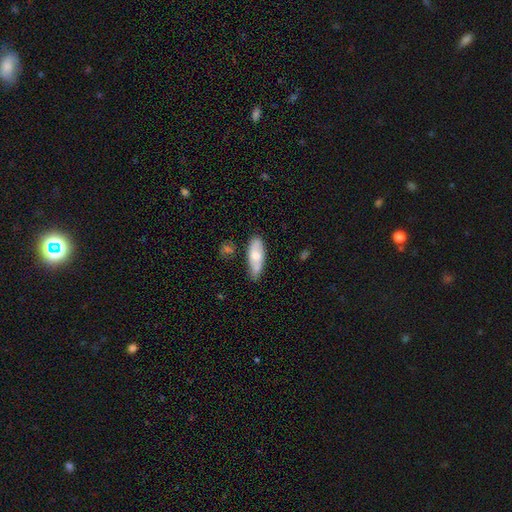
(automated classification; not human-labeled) Morphology: type=smooth (66%); roundness=in between (66%); merging=none (63%).